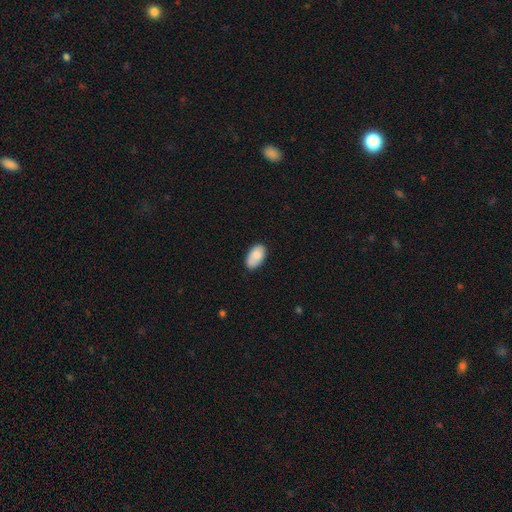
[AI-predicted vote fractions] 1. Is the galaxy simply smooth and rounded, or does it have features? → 82% smooth, 12% featured or disk, 6% star or artifact.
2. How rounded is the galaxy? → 95% in between, 4% round, 2% cigar-shaped.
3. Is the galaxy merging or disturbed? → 77% none, 18% minor disturbance, 3% major disturbance, 2% merger.